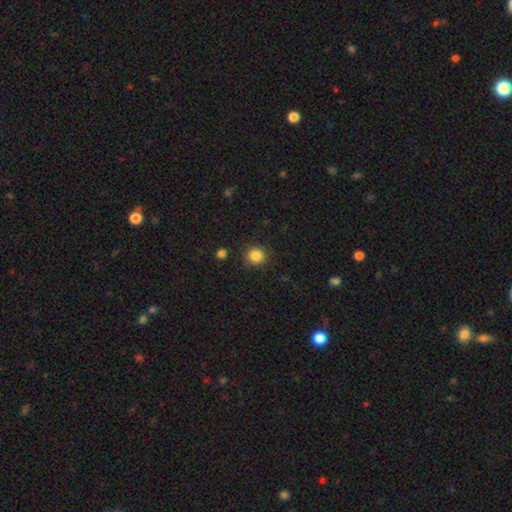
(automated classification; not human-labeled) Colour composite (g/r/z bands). It shows a smooth galaxy with no disk features (85%) that is round (91%). Merging: none (87%).